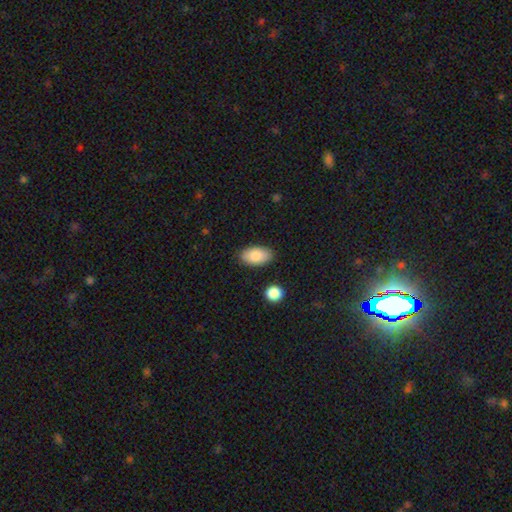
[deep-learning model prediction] smooth 87%, featured or disk 7%, star or artifact 6%. Down the decision tree: how rounded — in between (94%); merging — none (85%).